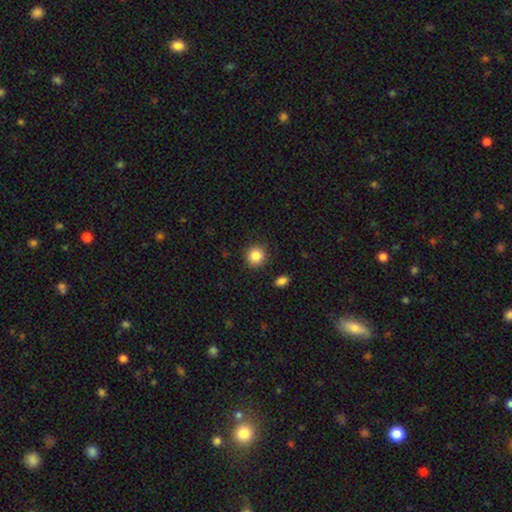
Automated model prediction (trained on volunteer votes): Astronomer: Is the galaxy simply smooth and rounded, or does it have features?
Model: smooth — 86%.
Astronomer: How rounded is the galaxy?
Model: round — 91%.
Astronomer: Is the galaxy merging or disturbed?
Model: none — 89%.